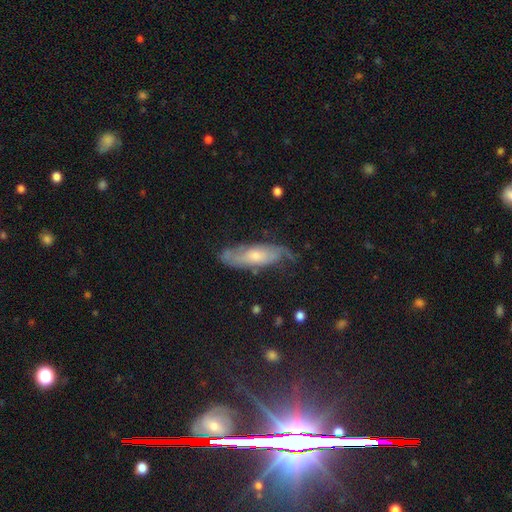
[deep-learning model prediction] Overall: featured or disk (60%; smooth 31%). Edge-on disk: no (71%). Merging: none (65%).